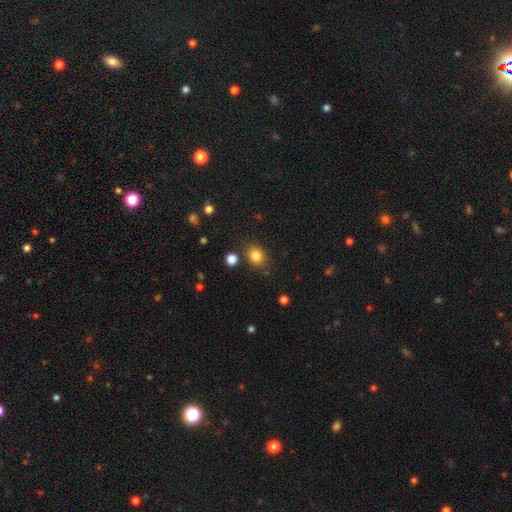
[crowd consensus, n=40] Overall: smooth (90%). How rounded: in between (56%; round 44%). Merging: none (84%).